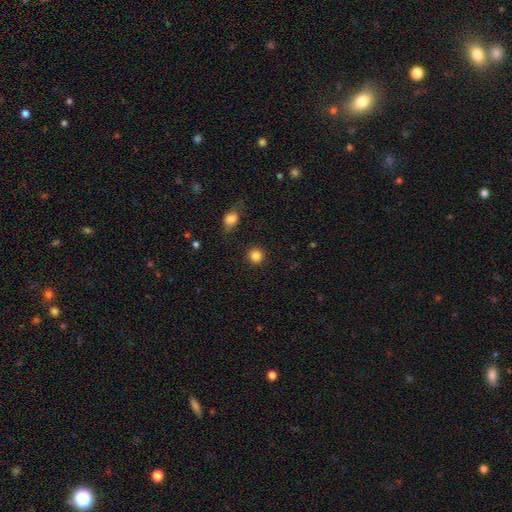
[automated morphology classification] A smooth galaxy with no disk features (86%) that is round (92%).

Vote fractions:
- Smooth or featured? smooth: 86% / star or artifact: 11% / featured or disk: 4%
- How rounded? round: 92% / in between: 7% / cigar-shaped: 1%
- Merging? none: 90% / minor disturbance: 6% / major disturbance: 2% / merger: 2%